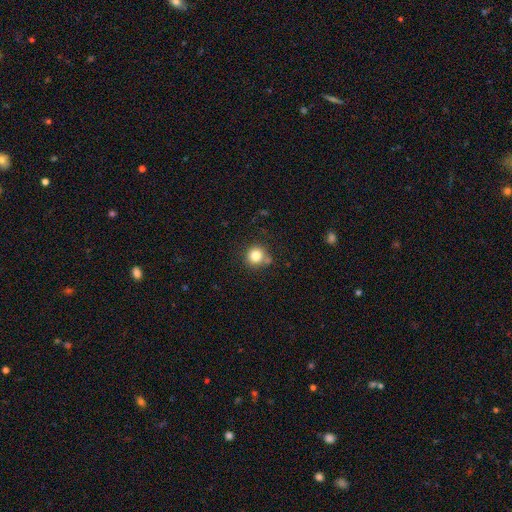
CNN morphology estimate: Q: Smooth or featured?
A: smooth (82%); runner-up: star or artifact (12%)
Q: How rounded?
A: round (91%); runner-up: in between (8%)
Q: Merging?
A: none (75%); runner-up: minor disturbance (13%)